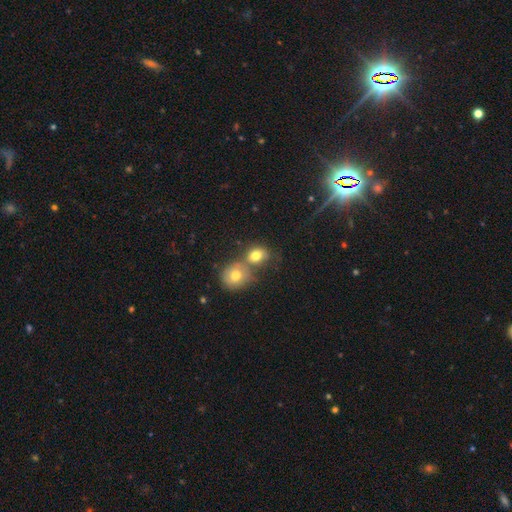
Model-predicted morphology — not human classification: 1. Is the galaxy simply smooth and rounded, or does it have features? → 76% smooth, 13% featured or disk, 11% star or artifact.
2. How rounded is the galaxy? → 58% round, 41% in between, 1% cigar-shaped.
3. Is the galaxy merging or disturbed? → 50% merger, 35% none, 10% minor disturbance, 4% major disturbance.